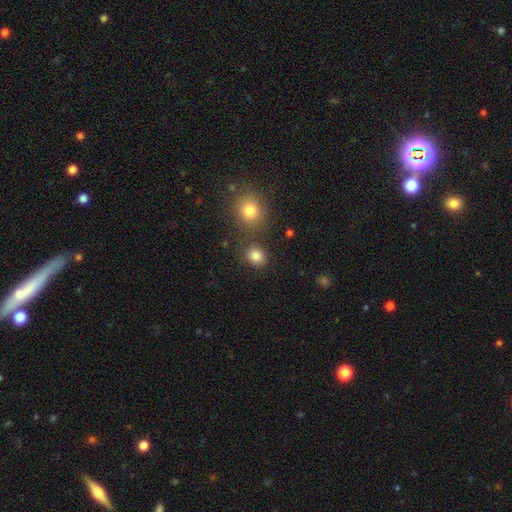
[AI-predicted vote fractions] Smooth or featured: smooth — 83% (star or artifact — 12%)
How rounded: round — 72% (in between — 27%)
Merging: none — 80% (minor disturbance — 9%)